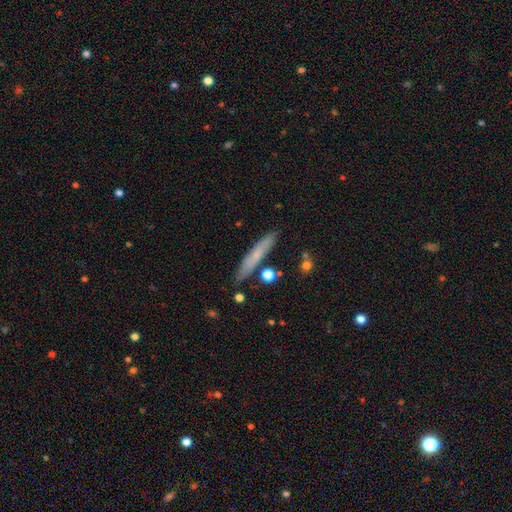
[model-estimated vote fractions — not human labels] A smooth galaxy with no disk features (63%) that is cigar-shaped (92%). Merging: none (84%).